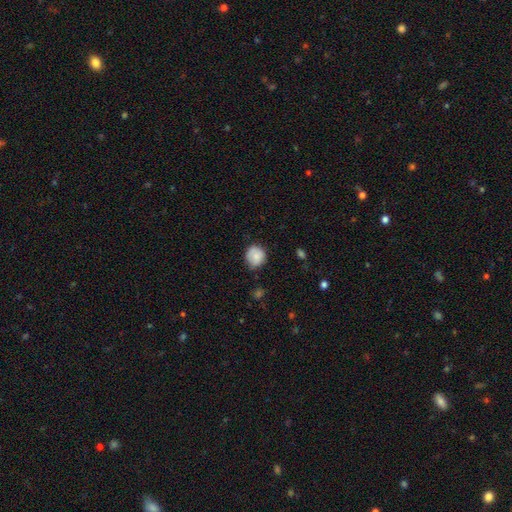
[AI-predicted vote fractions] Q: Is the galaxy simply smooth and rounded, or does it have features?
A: smooth — 79%.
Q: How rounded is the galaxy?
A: round — 78%.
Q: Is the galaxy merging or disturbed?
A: none — 66%.